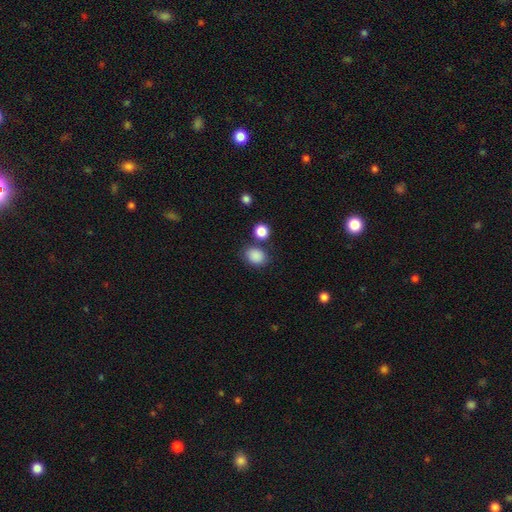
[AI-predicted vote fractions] Smooth or featured?
  - smooth: 87% *
  - star or artifact: 9%
  - featured or disk: 4%
How rounded?
  - round: 50% *
  - in between: 49%
  - cigar-shaped: 1%
Merging?
  - none: 74% *
  - minor disturbance: 13%
  - merger: 9%
  - major disturbance: 4%